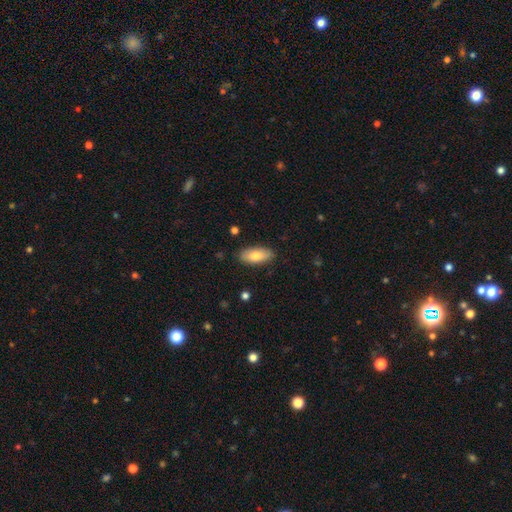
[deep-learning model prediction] Smooth or featured? Predicted: smooth (p=0.78). How rounded? Predicted: in between (p=0.85). Merging? Predicted: none (p=0.86).